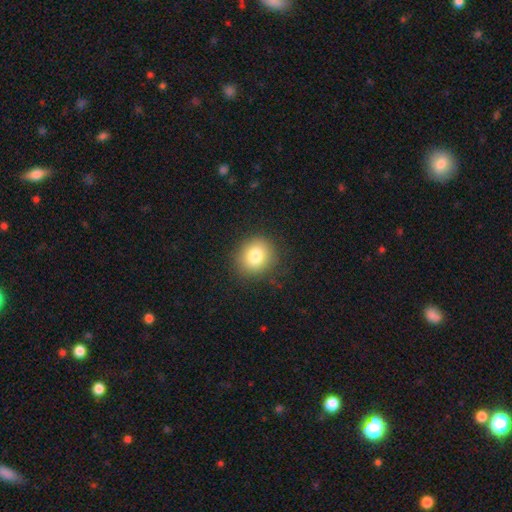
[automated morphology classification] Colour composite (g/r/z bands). It shows a smooth galaxy with no disk features (81%) that is round (81%). Merging: none (89%).